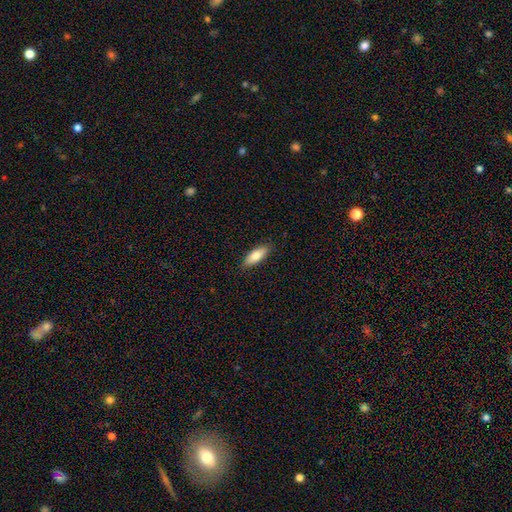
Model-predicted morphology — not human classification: This is clearly a smooth galaxy (80%). How rounded: likely in between (64%). Merging: clearly none (87%).